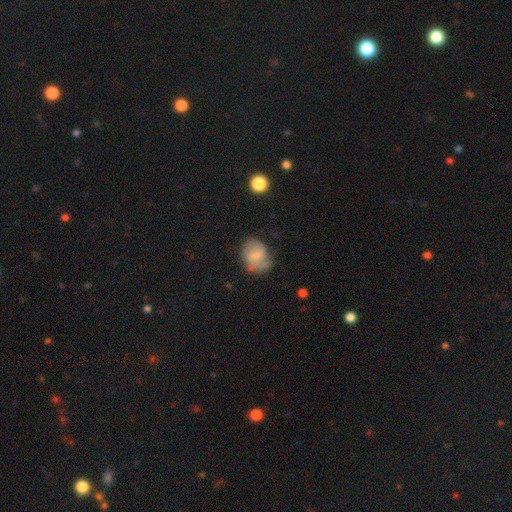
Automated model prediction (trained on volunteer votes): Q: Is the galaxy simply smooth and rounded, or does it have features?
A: smooth — 51%.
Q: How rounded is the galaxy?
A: in between — 51%.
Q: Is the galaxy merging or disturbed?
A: none — 54%.